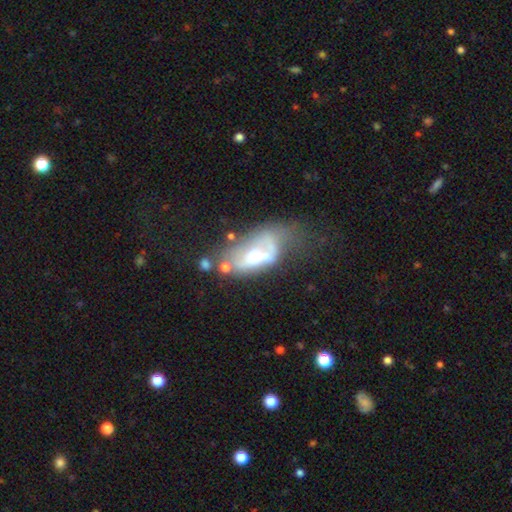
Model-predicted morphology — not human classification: The model was most divided on "merging": major disturbance: 38%, merger: 24%, none: 19%, minor disturbance: 19%. More confident: edge-on disk — no (91%); spiral arms — no (69%); bar — no (68%); bulge size — moderate (61%); smooth or featured — featured or disk (57%).